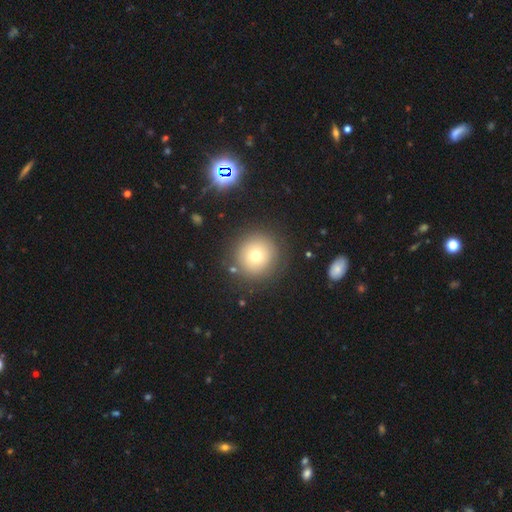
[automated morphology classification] smooth 71%, star or artifact 14%, featured or disk 14%. Down the decision tree: how rounded — round (93%); merging — none (86%).